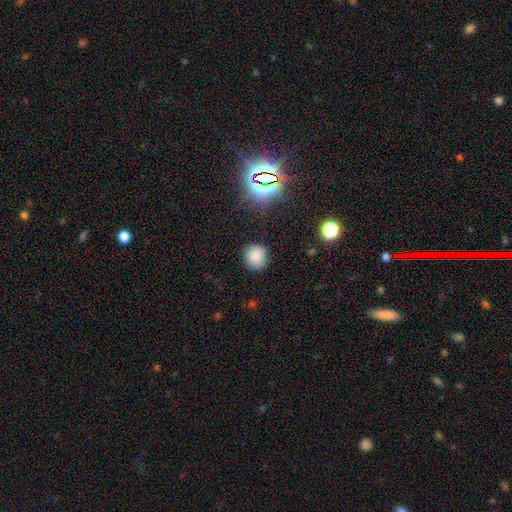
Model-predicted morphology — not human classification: The model was most divided on "smooth or featured": smooth: 81%, star or artifact: 13%, featured or disk: 6%. More confident: how rounded — round (89%); merging — none (85%).